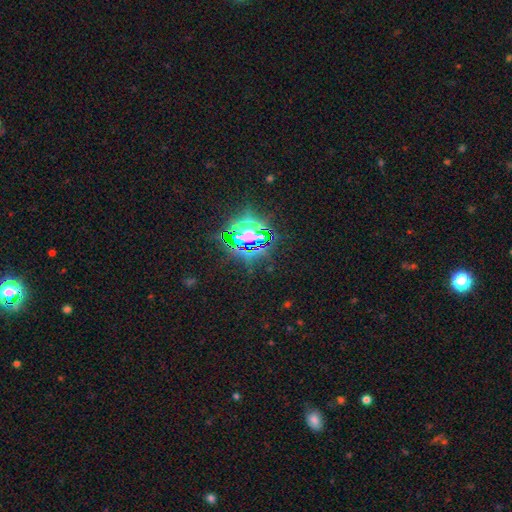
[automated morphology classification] Q: Smooth or featured?
A: star or artifact (85%); runner-up: smooth (9%)